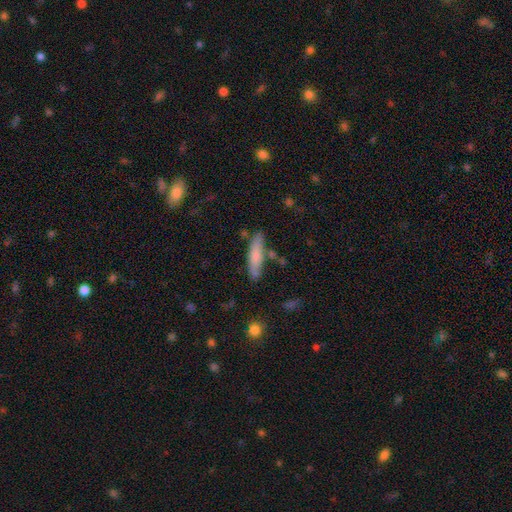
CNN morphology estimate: Smooth or featured? Predicted: smooth (p=0.75). How rounded? Predicted: cigar-shaped (p=0.73). Merging? Predicted: none (p=0.75).